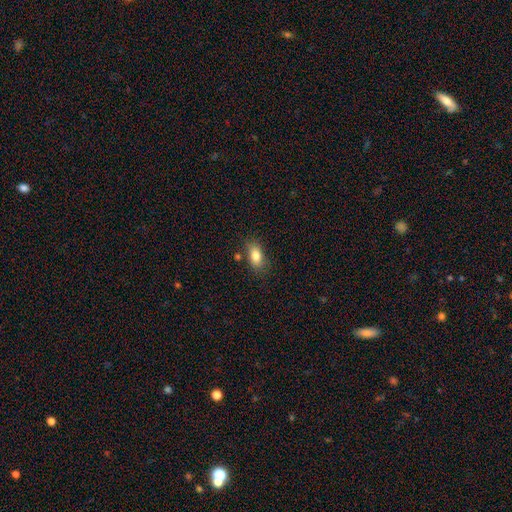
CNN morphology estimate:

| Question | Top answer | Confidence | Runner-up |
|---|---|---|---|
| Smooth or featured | smooth | 83% | featured or disk (8%) |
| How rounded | in between | 87% | round (9%) |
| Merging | none | 76% | minor disturbance (15%) |